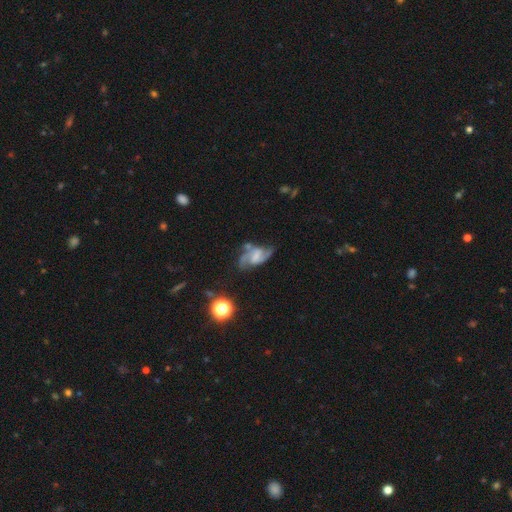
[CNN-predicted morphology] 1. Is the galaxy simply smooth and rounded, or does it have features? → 76% featured or disk, 15% smooth, 9% star or artifact.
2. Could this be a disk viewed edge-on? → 97% no, 3% yes.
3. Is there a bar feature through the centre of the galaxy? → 47% weak, 32% no, 21% strong.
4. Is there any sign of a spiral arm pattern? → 90% yes, 10% no.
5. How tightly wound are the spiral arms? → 44% loose, 43% medium, 13% tight.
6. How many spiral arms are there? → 72% 2, 11% 3, 9% can't tell, 3% 1, 2% 4, 2% more than 4.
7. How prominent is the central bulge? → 42% none, 28% small, 21% moderate, 7% large, 2% dominant.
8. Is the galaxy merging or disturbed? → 47% none, 23% minor disturbance, 21% major disturbance, 9% merger.